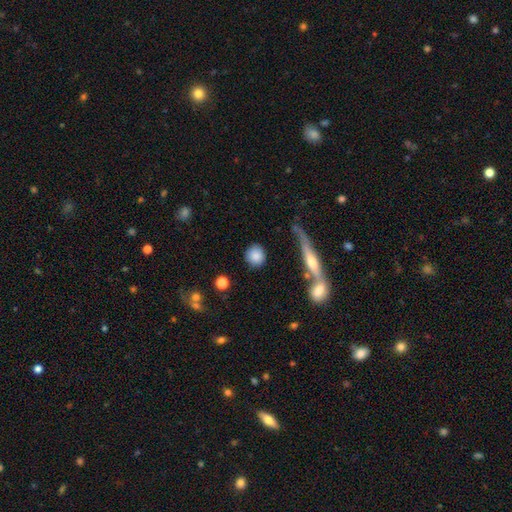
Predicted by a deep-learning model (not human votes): Morphology: type=smooth (83%); roundness=round (89%); merging=none (81%).